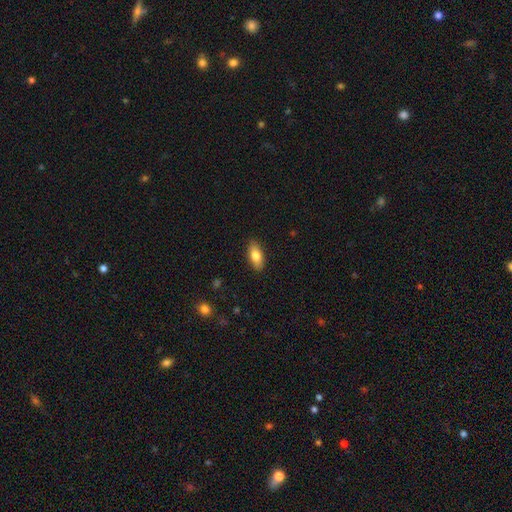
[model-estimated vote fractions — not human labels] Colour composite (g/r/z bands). It shows a smooth galaxy with no disk features (78%) that is in between round and cigar-shaped (84%). Merging: none (89%).